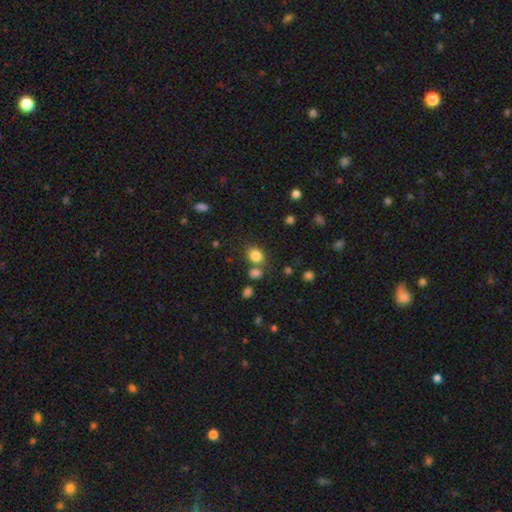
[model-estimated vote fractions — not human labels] Q: Smooth or featured?
A: smooth (82%); runner-up: star or artifact (11%)
Q: How rounded?
A: in between (55%); runner-up: round (44%)
Q: Merging?
A: none (65%); runner-up: merger (18%)